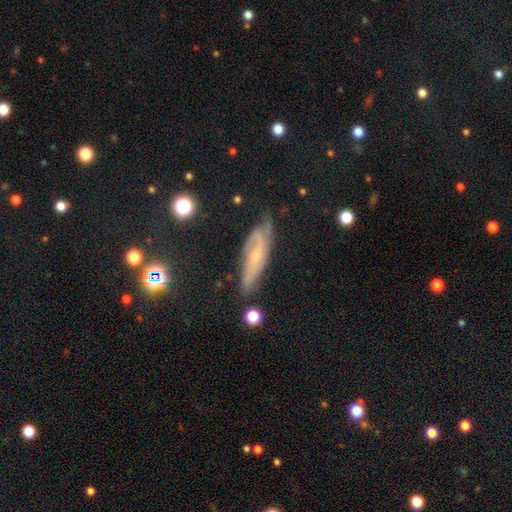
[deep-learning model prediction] Overall: featured or disk (67%). Edge-on disk: no (69%; yes 31%). Merging: none (64%; minor disturbance 25%).